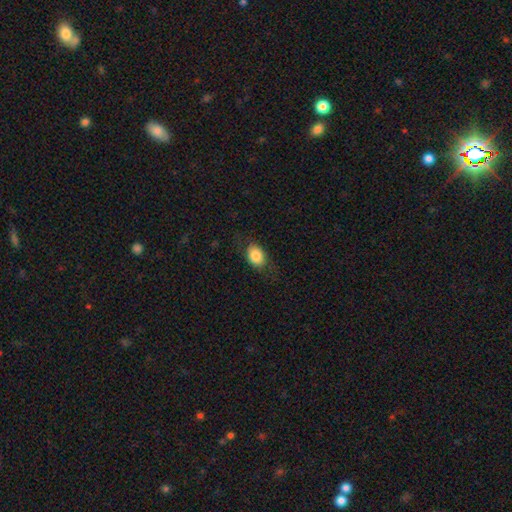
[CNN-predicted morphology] smooth-or-featured: smooth: 83% | featured or disk: 9% | star or artifact: 8%
  how-rounded: in between: 75% | round: 23% | cigar-shaped: 1%
  merging: none: 76% | minor disturbance: 17% | major disturbance: 7% | merger: 1%